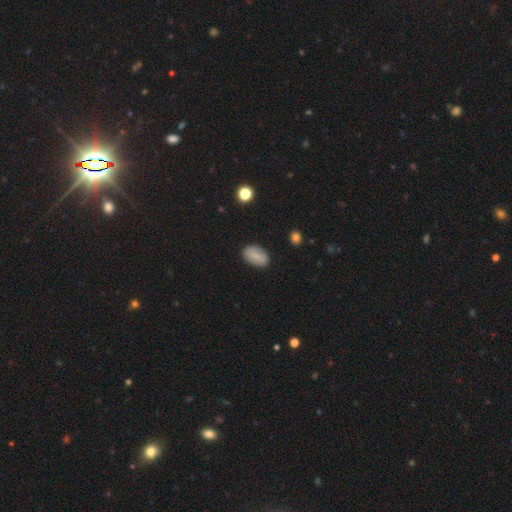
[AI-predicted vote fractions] Overall: smooth (76%). How rounded: in between (91%). Merging: none (85%).